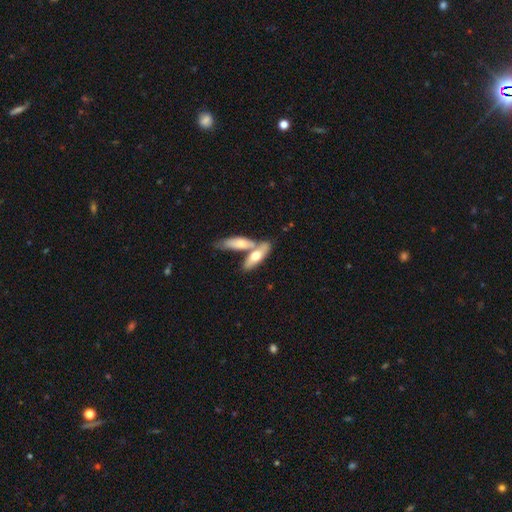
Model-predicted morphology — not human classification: Smooth or featured?
  - smooth: 61% *
  - featured or disk: 34%
  - star or artifact: 5%
How rounded?
  - in between: 52% *
  - cigar-shaped: 46%
  - round: 2%
Merging?
  - merger: 50% *
  - none: 37%
  - minor disturbance: 10%
  - major disturbance: 3%